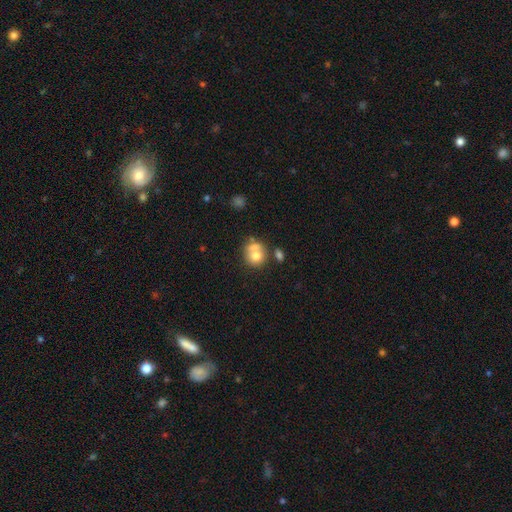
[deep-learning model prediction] smooth 70%, featured or disk 20%, star or artifact 10%. Down the decision tree: how rounded — round (79%); merging — merger (41%).